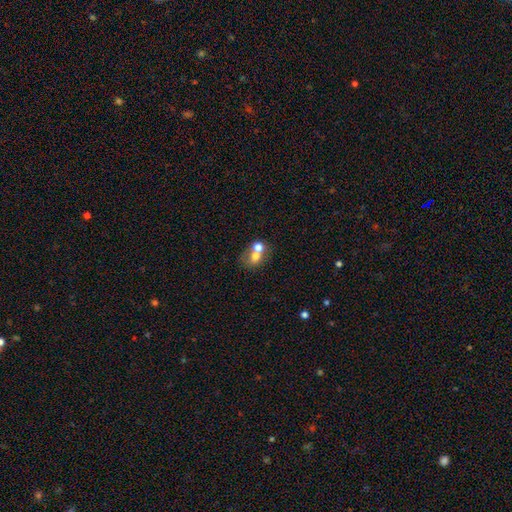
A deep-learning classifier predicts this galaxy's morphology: smooth-or-featured: smooth: 67% | featured or disk: 21% | star or artifact: 12%
  how-rounded: round: 54% | in between: 45% | cigar-shaped: 1%
  merging: merger: 60% | none: 28% | minor disturbance: 7% | major disturbance: 5%